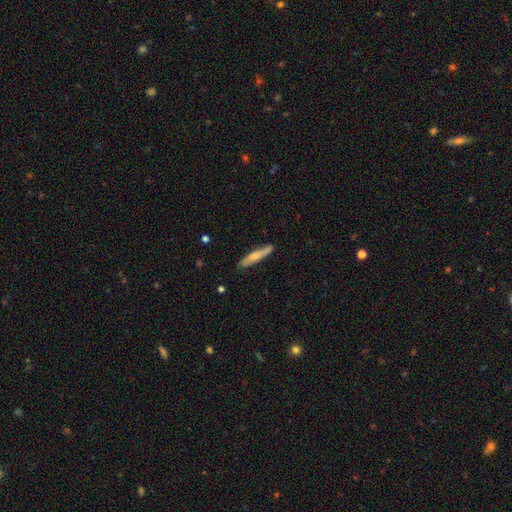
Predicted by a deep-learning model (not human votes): smooth-or-featured: smooth: 59% | featured or disk: 36% | star or artifact: 5%
  how-rounded: cigar-shaped: 89% | in between: 9% | round: 1%
  merging: none: 81% | minor disturbance: 15% | major disturbance: 2% | merger: 2%